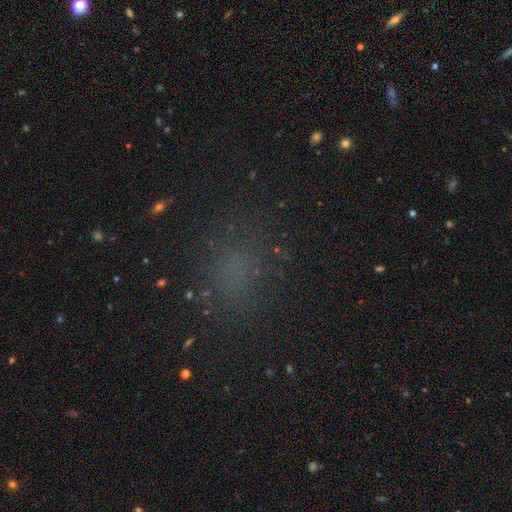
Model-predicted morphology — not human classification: This is likely a smooth galaxy (63%). How rounded: possibly round (58%). Merging: likely none (78%).